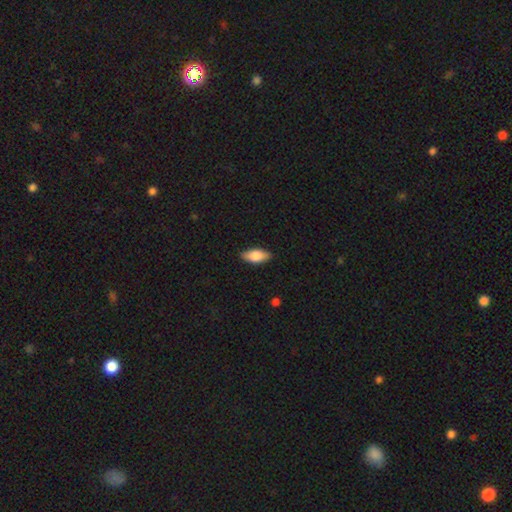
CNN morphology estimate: smooth 74%, featured or disk 20%, star or artifact 6%. Down the decision tree: how rounded — in between (85%); merging — none (87%).